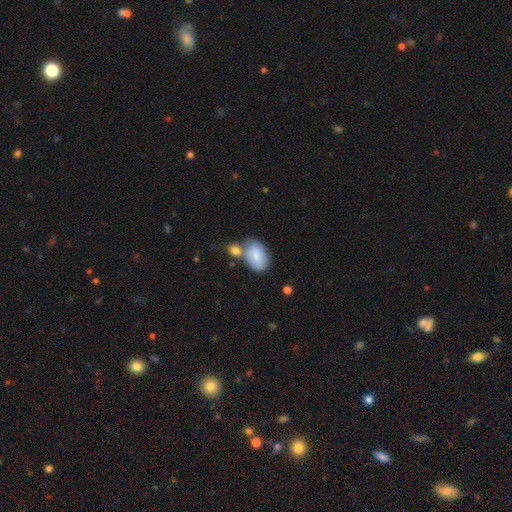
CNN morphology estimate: Smooth or featured?
  - smooth: 81% *
  - featured or disk: 13%
  - star or artifact: 6%
How rounded?
  - in between: 90% *
  - round: 8%
  - cigar-shaped: 1%
Merging?
  - none: 47% *
  - merger: 31%
  - minor disturbance: 17%
  - major disturbance: 5%